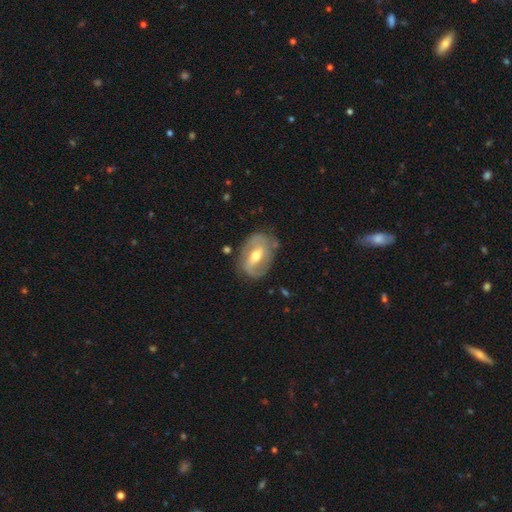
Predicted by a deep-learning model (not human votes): The model was most divided on "bar": weak: 41%, strong: 39%, no: 20%. Remaining: edge-on disk — no (95%); spiral arms — yes (82%); spiral arm count — 2 (79%); smooth or featured — featured or disk (78%); merging — none (73%); bulge size — moderate (70%); spiral winding — medium (43%).